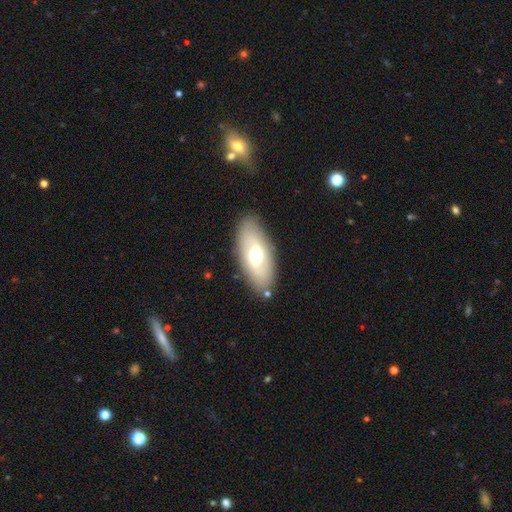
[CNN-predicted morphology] A smooth galaxy with no disk features (54%) that is in between round and cigar-shaped (88%).

Vote fractions:
- Smooth or featured? smooth: 54% / featured or disk: 38% / star or artifact: 7%
- How rounded? in between: 88% / cigar-shaped: 8% / round: 4%
- Merging? none: 83% / minor disturbance: 11% / major disturbance: 4% / merger: 2%